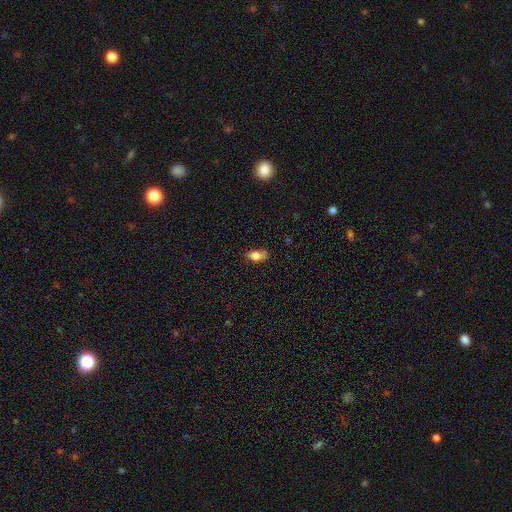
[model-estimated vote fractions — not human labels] Morphology: type=smooth (77%); roundness=in between (85%); merging=none (52%).